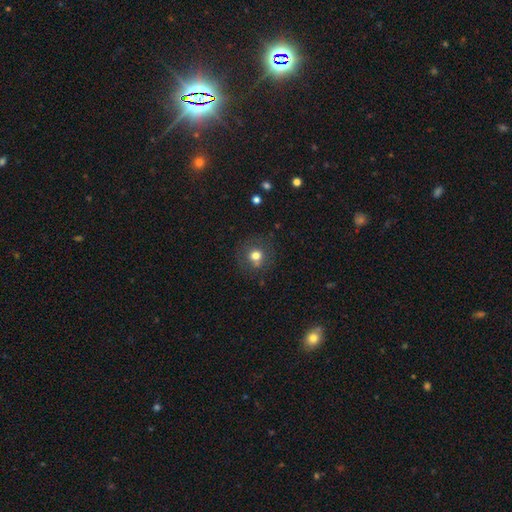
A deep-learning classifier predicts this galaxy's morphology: smooth-or-featured: smooth: 72% | featured or disk: 14% | star or artifact: 14%
  how-rounded: round: 87% | in between: 12% | cigar-shaped: 1%
  merging: none: 74% | minor disturbance: 12% | merger: 8% | major disturbance: 5%